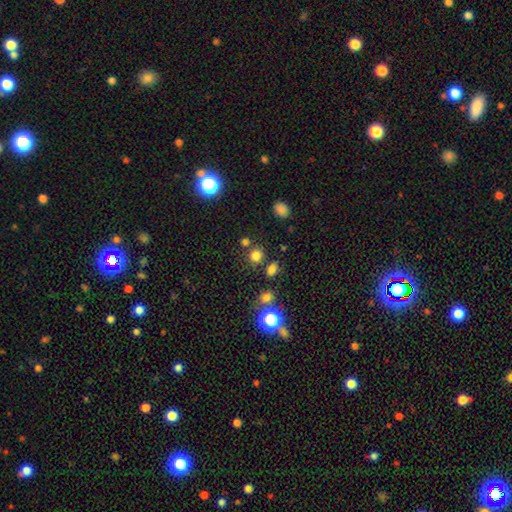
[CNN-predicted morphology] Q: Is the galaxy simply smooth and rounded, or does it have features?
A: smooth — 75%.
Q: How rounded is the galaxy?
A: round — 82%.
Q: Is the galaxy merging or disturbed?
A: none — 76%.